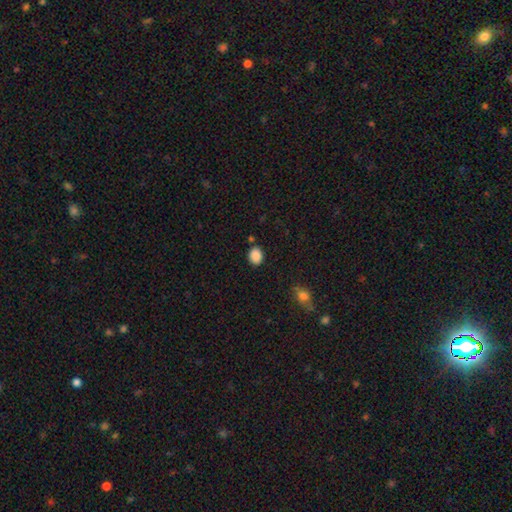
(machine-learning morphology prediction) Overall: smooth (87%). How rounded: in between (54%; round 45%). Merging: none (82%).